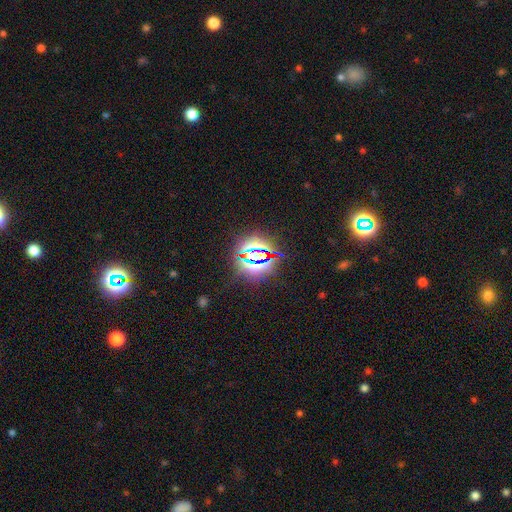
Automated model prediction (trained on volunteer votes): Smooth or featured? Predicted: star or artifact (p=0.78).